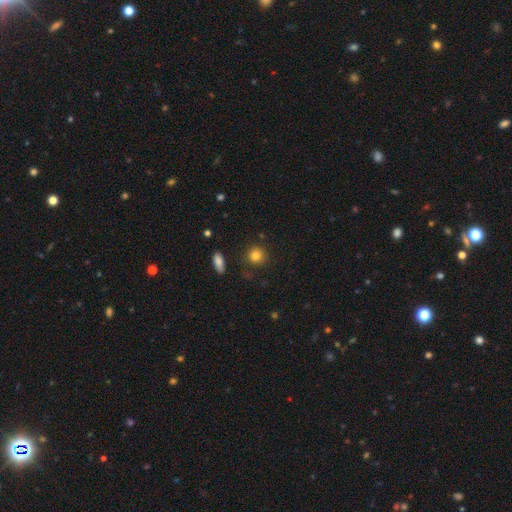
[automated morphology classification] Overall: smooth (83%). How rounded: round (89%). Merging: none (88%).